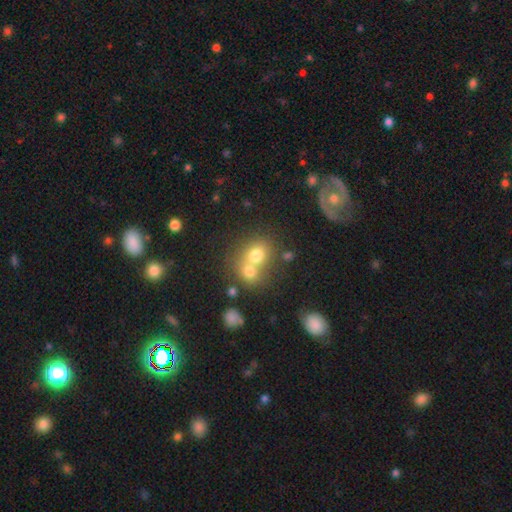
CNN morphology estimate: smooth 71%, featured or disk 16%, star or artifact 13%. Down the decision tree: how rounded — round (64%); merging — merger (55%).